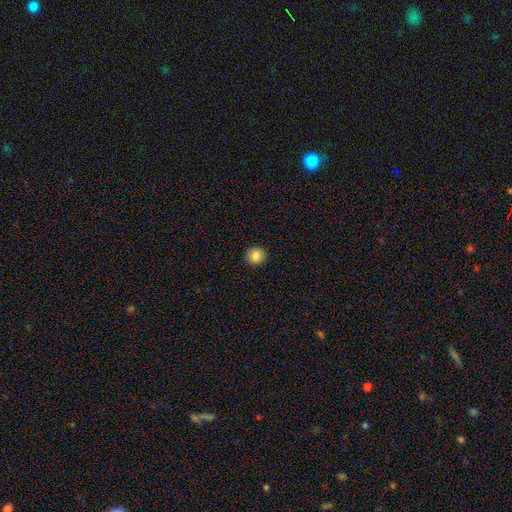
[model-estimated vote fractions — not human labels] Smooth or featured: smooth — 85% (star or artifact — 9%)
How rounded: round — 91% (in between — 8%)
Merging: none — 92% (minor disturbance — 5%)